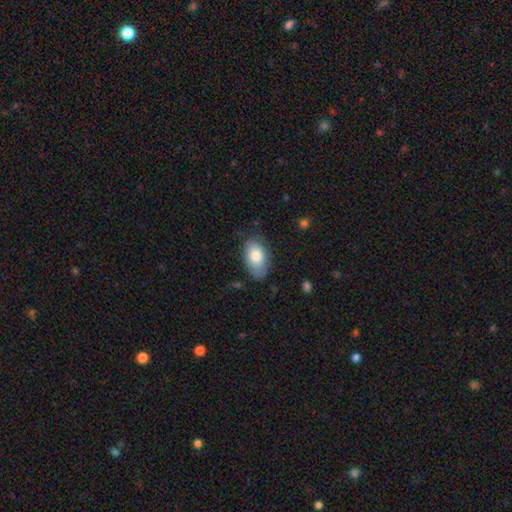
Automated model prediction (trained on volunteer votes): A smooth galaxy with no disk features (80%) that is in between round and cigar-shaped (91%).

Vote fractions:
- Smooth or featured? smooth: 80% / featured or disk: 13% / star or artifact: 7%
- How rounded? in between: 91% / round: 7% / cigar-shaped: 1%
- Merging? none: 73% / minor disturbance: 20% / major disturbance: 5% / merger: 1%